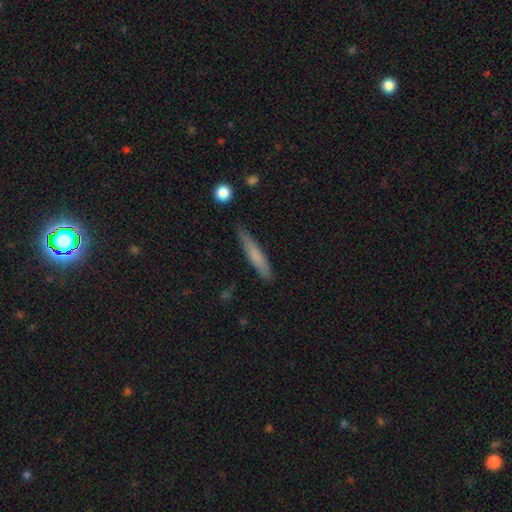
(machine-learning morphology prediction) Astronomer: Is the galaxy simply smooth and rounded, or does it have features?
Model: smooth — 71%.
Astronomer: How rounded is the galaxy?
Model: cigar-shaped — 93%.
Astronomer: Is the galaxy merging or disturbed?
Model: none — 84%.